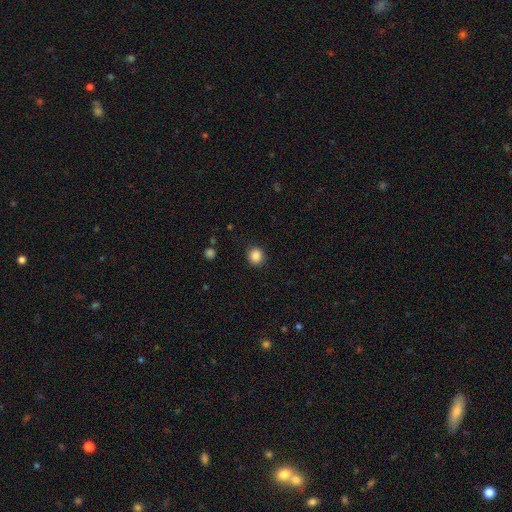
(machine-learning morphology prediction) A smooth galaxy with no disk features (87%) that is round (88%). Merging: none (90%).